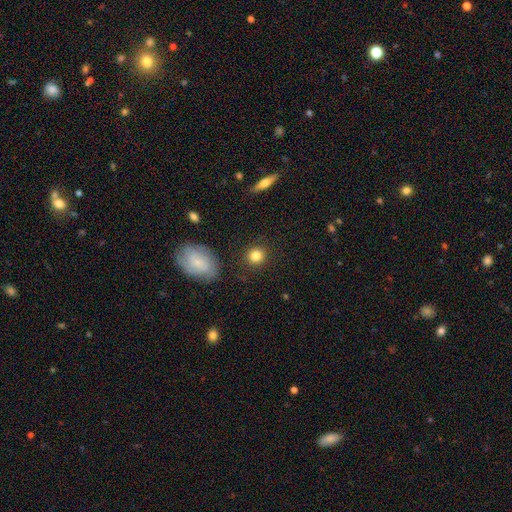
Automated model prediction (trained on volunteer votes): A smooth galaxy with no disk features (83%) that is round (87%).

Vote fractions:
- Smooth or featured? smooth: 83% / star or artifact: 10% / featured or disk: 7%
- How rounded? round: 87% / in between: 12% / cigar-shaped: 1%
- Merging? none: 87% / minor disturbance: 8% / major disturbance: 3% / merger: 2%